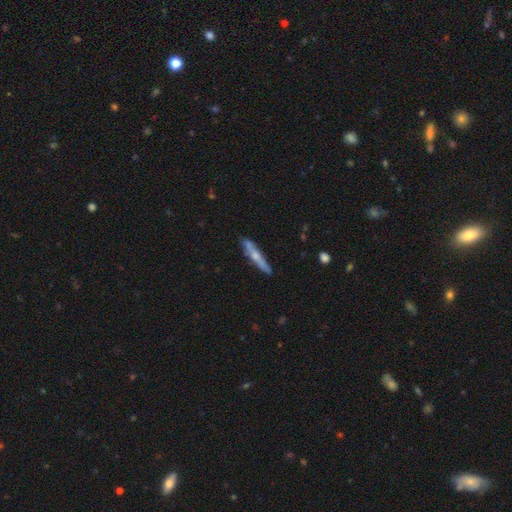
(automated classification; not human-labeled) A featured or disk galaxy (51%) viewed edge-on (89%).

Vote fractions:
- Smooth or featured? featured or disk: 51% / smooth: 43% / star or artifact: 6%
- Edge-on disk? yes: 89% / no: 11%
- Merging? none: 80% / minor disturbance: 14% / merger: 3% / major disturbance: 3%